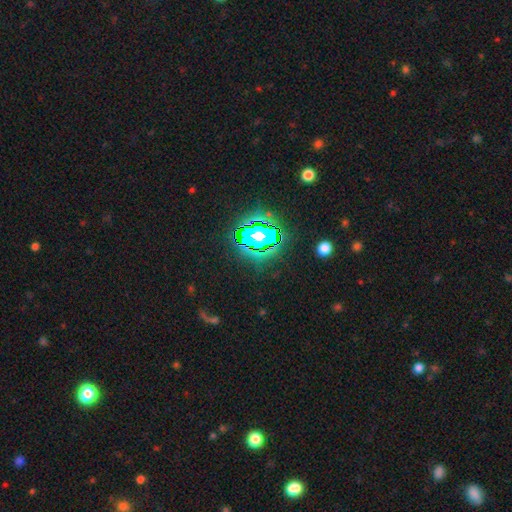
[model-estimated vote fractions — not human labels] Smooth or featured? star or artifact (84%)